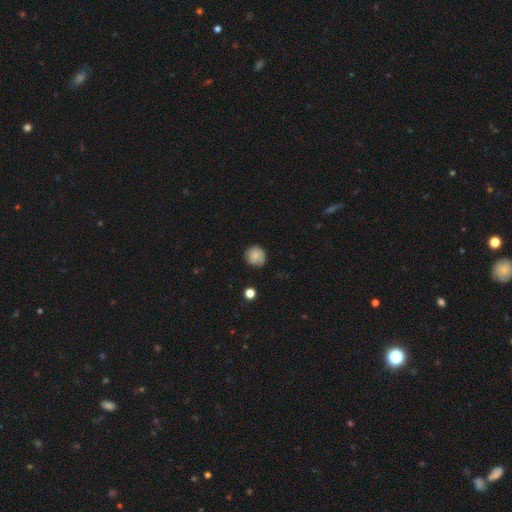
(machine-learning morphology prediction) Smooth or featured: smooth — 78% (featured or disk — 13%)
How rounded: round — 90% (in between — 9%)
Merging: none — 74% (minor disturbance — 20%)